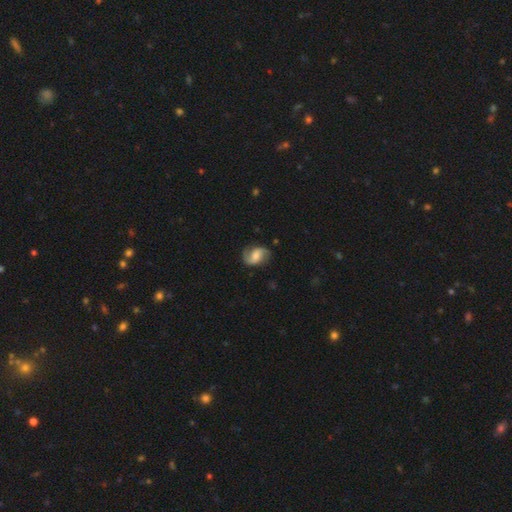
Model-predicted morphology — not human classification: A featured or disk galaxy (79%) with a weak bar (45%), 2 (91%) medium (46%) spiral arms (96%) and a moderate central bulge (47%). Merging: none (78%).